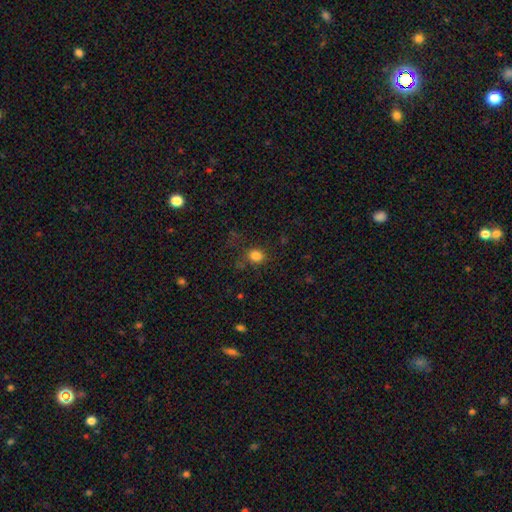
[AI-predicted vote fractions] This is clearly a smooth galaxy (82%). How rounded: likely round (64%). Merging: likely none (74%).